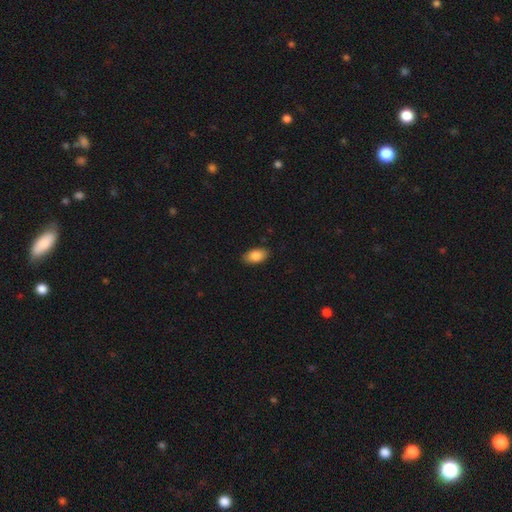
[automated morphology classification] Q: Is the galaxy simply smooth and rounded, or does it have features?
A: smooth — 86%.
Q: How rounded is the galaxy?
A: in between — 92%.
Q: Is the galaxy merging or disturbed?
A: none — 87%.